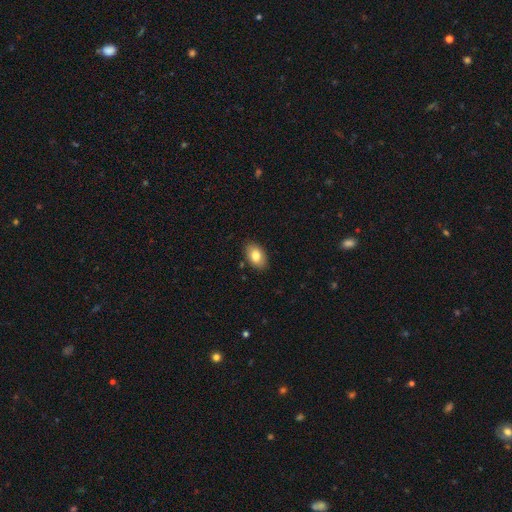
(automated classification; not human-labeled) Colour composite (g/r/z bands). It shows a smooth galaxy with no disk features (81%) that is in between round and cigar-shaped (89%). Merging: none (87%).